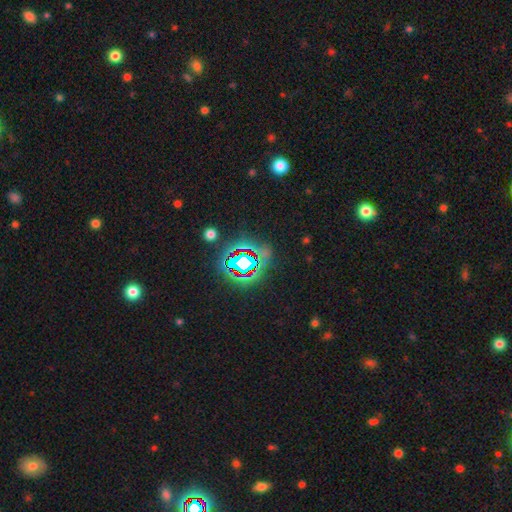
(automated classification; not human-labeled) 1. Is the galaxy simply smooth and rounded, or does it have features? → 77% star or artifact, 13% smooth, 10% featured or disk.